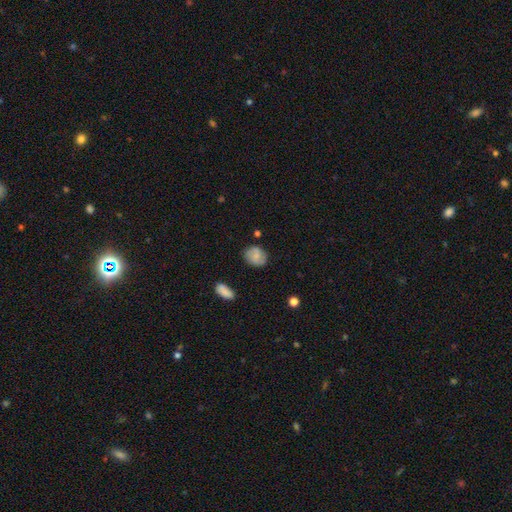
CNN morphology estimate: The model was most divided on "how rounded": round: 59%, in between: 40%, cigar-shaped: 1%. More confident: merging — none (74%); smooth or featured — smooth (68%).